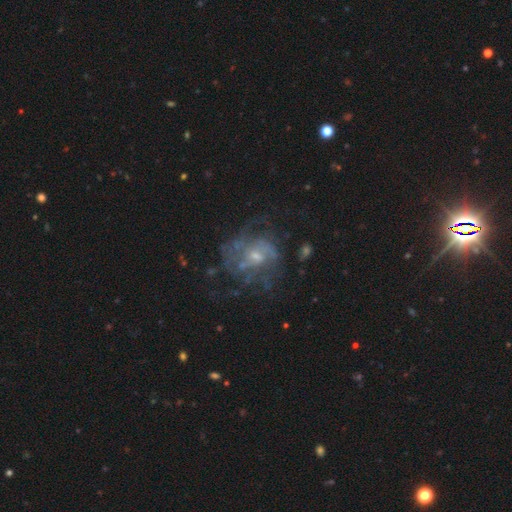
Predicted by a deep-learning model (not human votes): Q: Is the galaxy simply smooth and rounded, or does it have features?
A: featured or disk — 75%.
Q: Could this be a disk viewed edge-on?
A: no — 98%.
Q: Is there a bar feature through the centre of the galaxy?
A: no — 64%.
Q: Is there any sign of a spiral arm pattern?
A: yes — 74%.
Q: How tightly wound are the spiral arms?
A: medium — 42%.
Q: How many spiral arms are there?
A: can't tell — 48%.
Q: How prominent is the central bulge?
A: small — 54%.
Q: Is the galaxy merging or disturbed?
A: none — 57%.